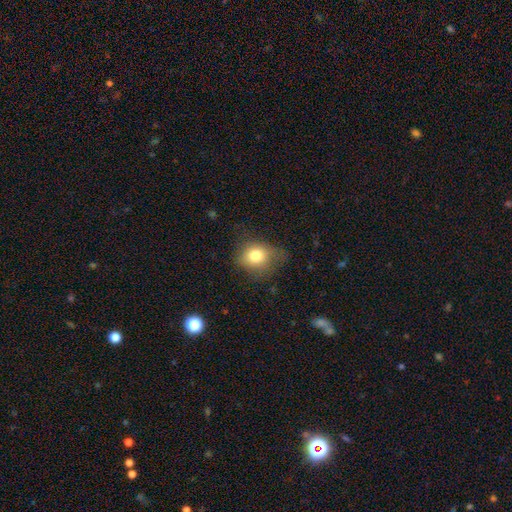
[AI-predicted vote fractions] The model was most divided on "merging": none: 58%, minor disturbance: 27%, major disturbance: 13%, merger: 1%. More confident: smooth or featured — smooth (77%); how rounded — round (66%).